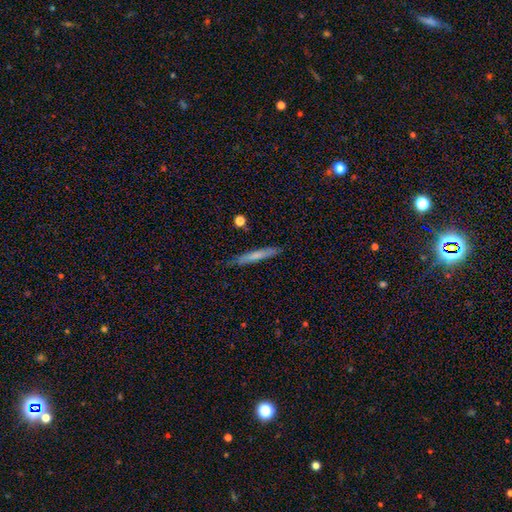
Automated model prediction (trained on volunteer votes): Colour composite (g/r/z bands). It shows a smooth galaxy with no disk features (63%) that is cigar-shaped (94%). Merging: none (83%).